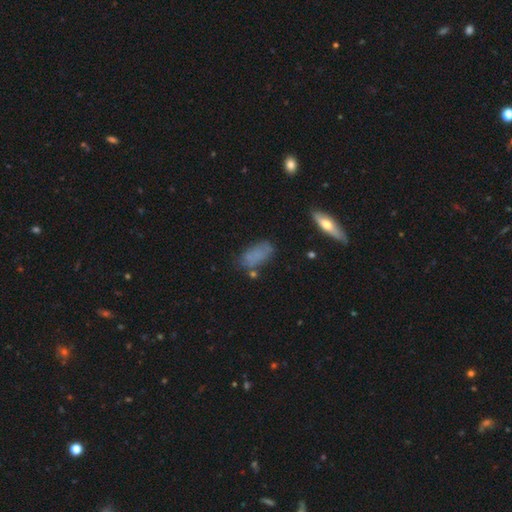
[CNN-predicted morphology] A smooth galaxy with no disk features (71%) that is in between round and cigar-shaped (84%). Merging: none (60%).